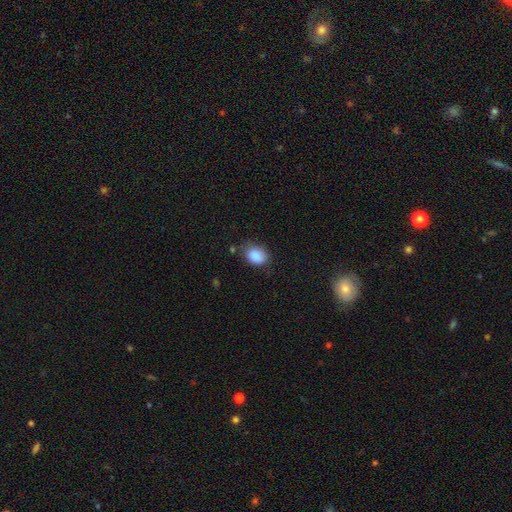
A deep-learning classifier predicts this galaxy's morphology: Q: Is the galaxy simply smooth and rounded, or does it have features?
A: smooth — 88%.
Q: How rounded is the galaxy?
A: in between — 69%.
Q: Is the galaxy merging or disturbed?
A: none — 66%.